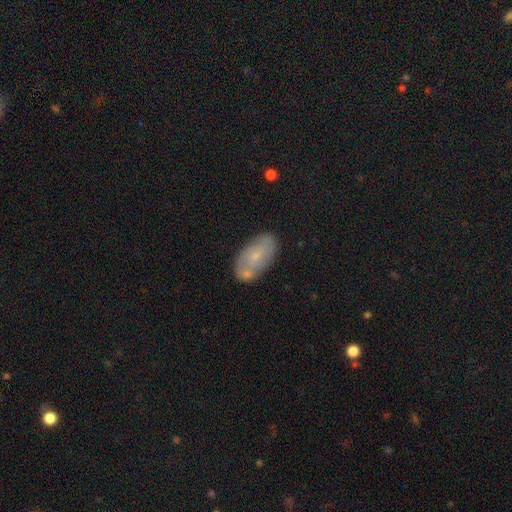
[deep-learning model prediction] featured or disk 51%, smooth 41%, star or artifact 7%. Down the decision tree: edge-on disk — no (93%); merging — none (67%).